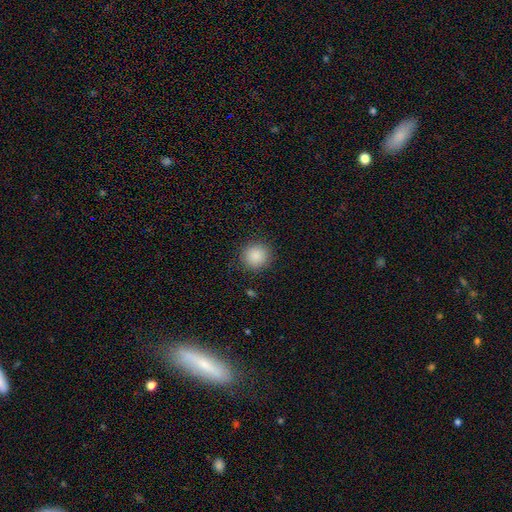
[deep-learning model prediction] This is clearly a smooth galaxy (88%). How rounded: clearly round (91%). Merging: clearly none (90%).